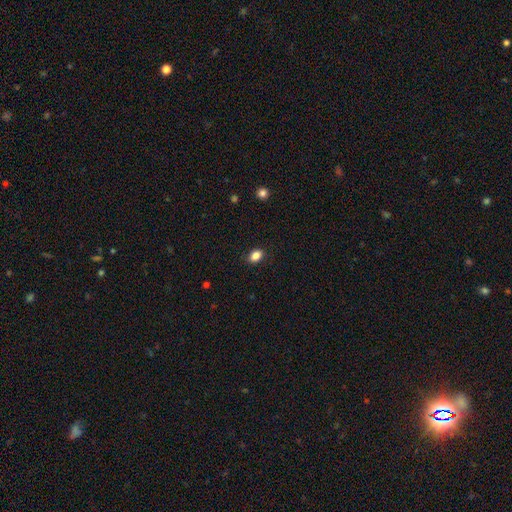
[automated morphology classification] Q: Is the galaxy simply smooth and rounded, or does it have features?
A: smooth — 86%.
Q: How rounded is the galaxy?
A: in between — 76%.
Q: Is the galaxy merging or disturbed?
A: none — 88%.